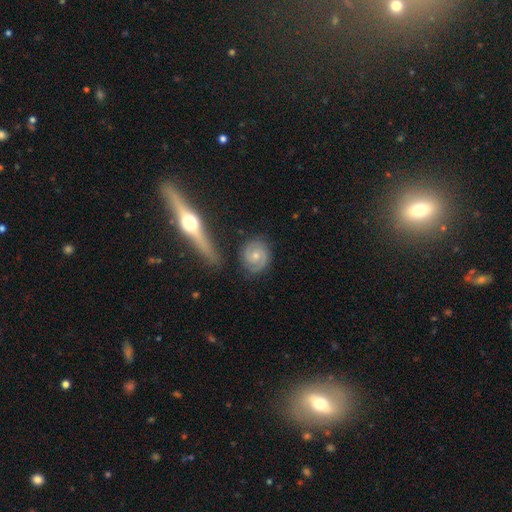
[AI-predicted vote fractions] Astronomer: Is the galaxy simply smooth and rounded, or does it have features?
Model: featured or disk — 80%.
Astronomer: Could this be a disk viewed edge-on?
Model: no — 96%.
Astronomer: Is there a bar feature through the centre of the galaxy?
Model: no — 69%.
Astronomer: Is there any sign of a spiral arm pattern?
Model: yes — 95%.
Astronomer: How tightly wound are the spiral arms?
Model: tight — 66%.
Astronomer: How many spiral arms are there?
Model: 2 — 81%.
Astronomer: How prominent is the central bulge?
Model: moderate — 50% (runner-up: small, 45%).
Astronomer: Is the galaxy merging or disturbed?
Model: none — 78%.